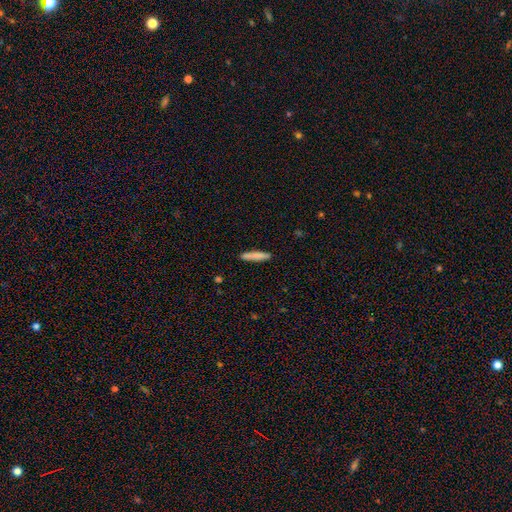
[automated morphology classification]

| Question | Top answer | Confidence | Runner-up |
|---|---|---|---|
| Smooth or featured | smooth | 81% | featured or disk (13%) |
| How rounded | cigar-shaped | 92% | in between (7%) |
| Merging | none | 89% | minor disturbance (8%) |